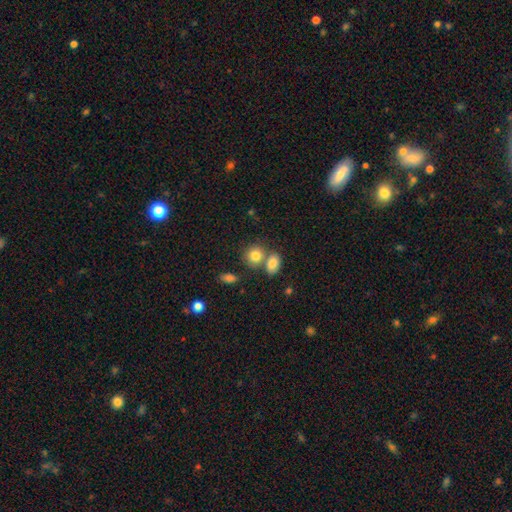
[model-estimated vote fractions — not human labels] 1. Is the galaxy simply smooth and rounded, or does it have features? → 82% smooth, 10% star or artifact, 8% featured or disk.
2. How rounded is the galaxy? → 66% round, 33% in between, 1% cigar-shaped.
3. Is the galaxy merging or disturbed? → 50% none, 37% merger, 10% minor disturbance, 4% major disturbance.